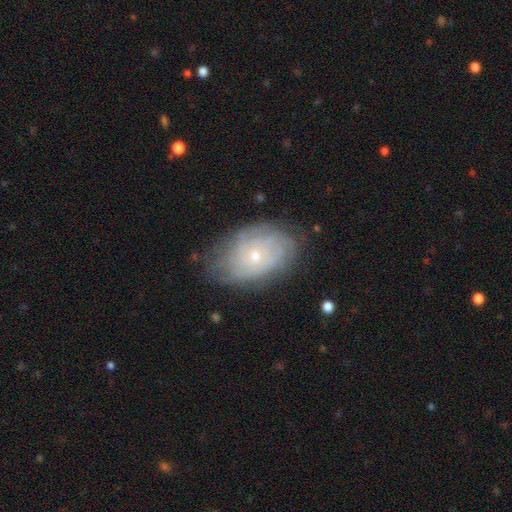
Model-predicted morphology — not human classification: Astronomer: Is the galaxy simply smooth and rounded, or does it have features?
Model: featured or disk — 73%.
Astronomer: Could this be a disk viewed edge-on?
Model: no — 96%.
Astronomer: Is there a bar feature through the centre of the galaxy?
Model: no — 82%.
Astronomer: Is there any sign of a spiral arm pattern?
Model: yes — 87%.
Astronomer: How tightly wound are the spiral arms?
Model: tight — 74%.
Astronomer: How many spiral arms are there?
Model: can't tell — 56%.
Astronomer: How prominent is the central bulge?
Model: small — 71%.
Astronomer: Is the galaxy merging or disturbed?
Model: none — 75%.